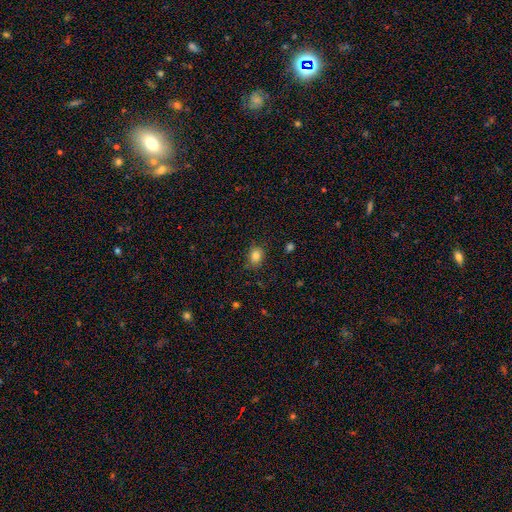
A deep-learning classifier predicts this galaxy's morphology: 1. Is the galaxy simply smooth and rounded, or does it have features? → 82% smooth, 11% star or artifact, 7% featured or disk.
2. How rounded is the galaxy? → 55% in between, 44% round, 1% cigar-shaped.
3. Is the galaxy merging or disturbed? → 81% none, 15% minor disturbance, 3% major disturbance, 1% merger.